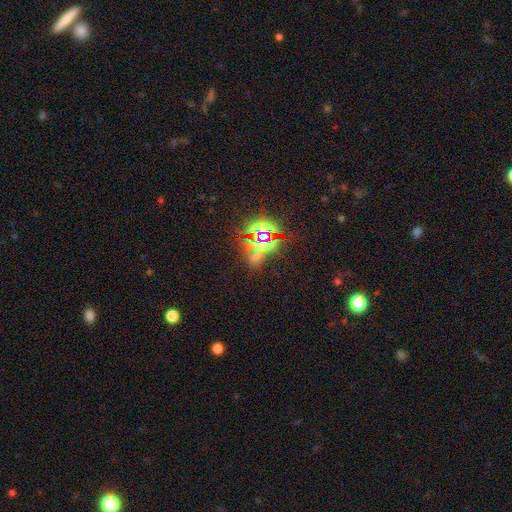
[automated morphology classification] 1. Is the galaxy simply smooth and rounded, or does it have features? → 71% star or artifact, 20% smooth, 9% featured or disk.